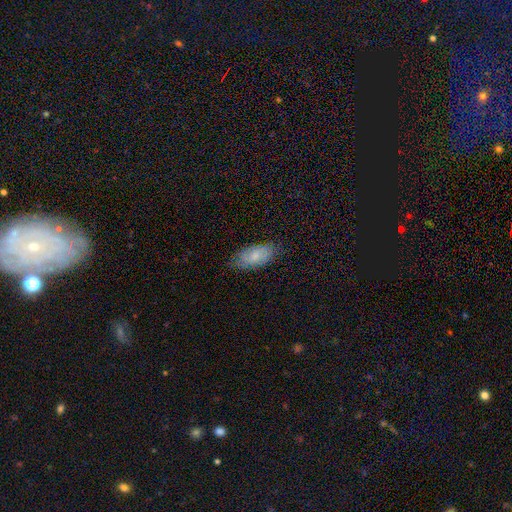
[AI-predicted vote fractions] smooth 70%, featured or disk 23%, star or artifact 7%. Down the decision tree: how rounded — in between (90%); merging — none (75%).